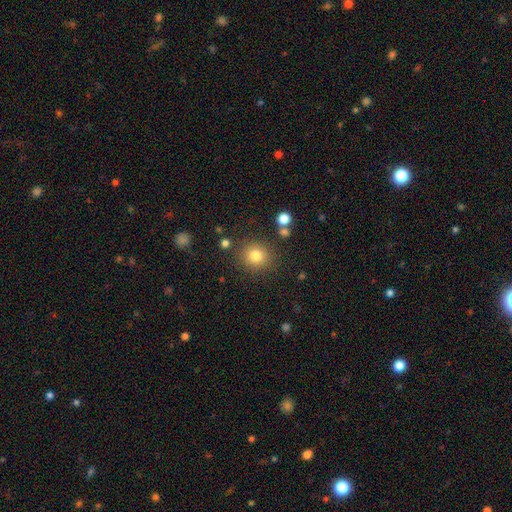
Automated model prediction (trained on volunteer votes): The model was most divided on "smooth or featured": smooth: 81%, star or artifact: 12%, featured or disk: 7%. More confident: how rounded — round (89%); merging — none (85%).